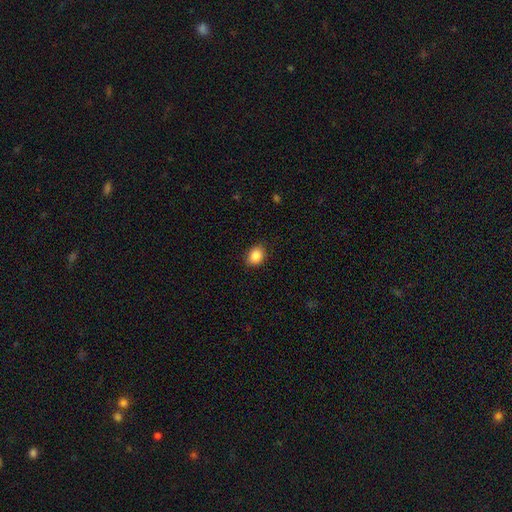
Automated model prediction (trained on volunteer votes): A smooth galaxy with no disk features (86%) that is in between round and cigar-shaped (54%).

Vote fractions:
- Smooth or featured? smooth: 86% / star or artifact: 9% / featured or disk: 5%
- How rounded? in between: 54% / round: 45% / cigar-shaped: 1%
- Merging? none: 86% / minor disturbance: 10% / major disturbance: 2% / merger: 1%